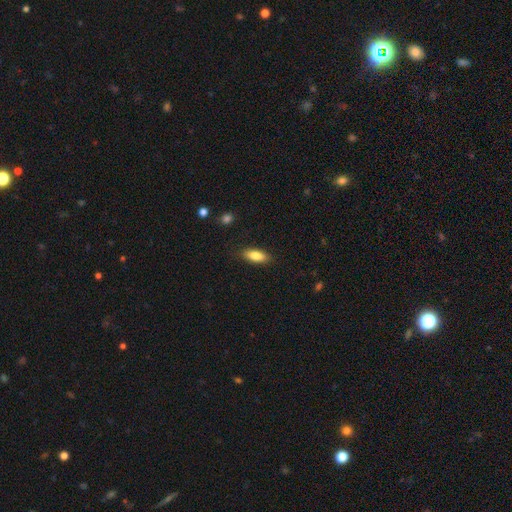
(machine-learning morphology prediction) This appears to be a smooth galaxy with no disk features (83%) that is in between round and cigar-shaped (75%). Merging: none (85%).